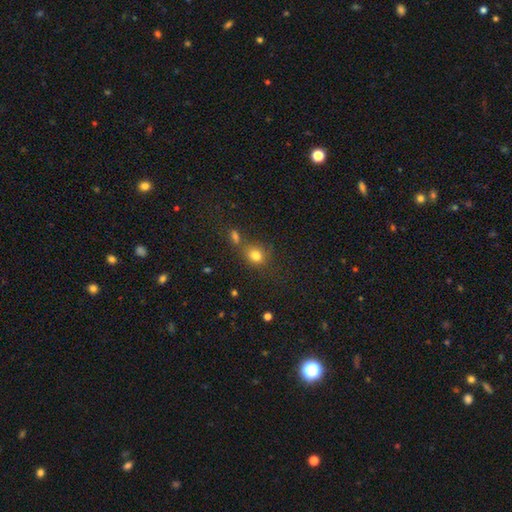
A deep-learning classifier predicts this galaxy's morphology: smooth 79%, star or artifact 14%, featured or disk 8%. Down the decision tree: how rounded — round (55%); merging — none (57%).